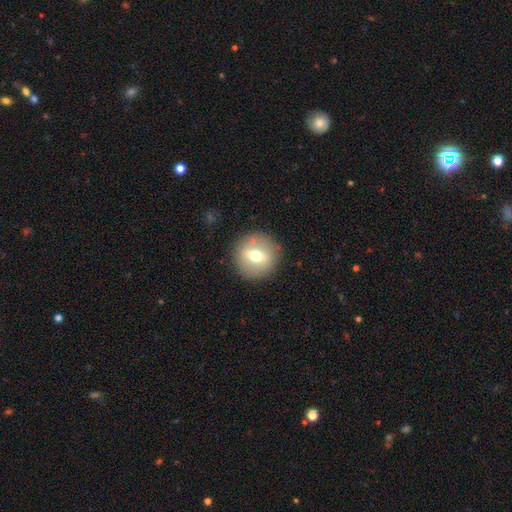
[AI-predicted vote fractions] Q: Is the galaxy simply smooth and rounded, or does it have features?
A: smooth — 52%.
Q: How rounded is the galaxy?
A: round — 92%.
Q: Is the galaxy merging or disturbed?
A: none — 88%.